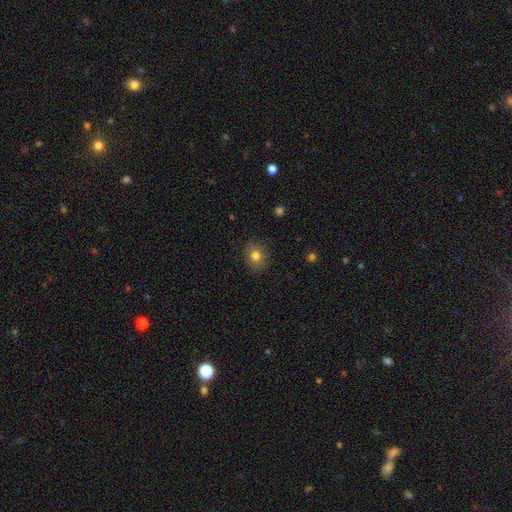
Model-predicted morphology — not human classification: A smooth galaxy with no disk features (79%) that is round (59%). Merging: none (87%).